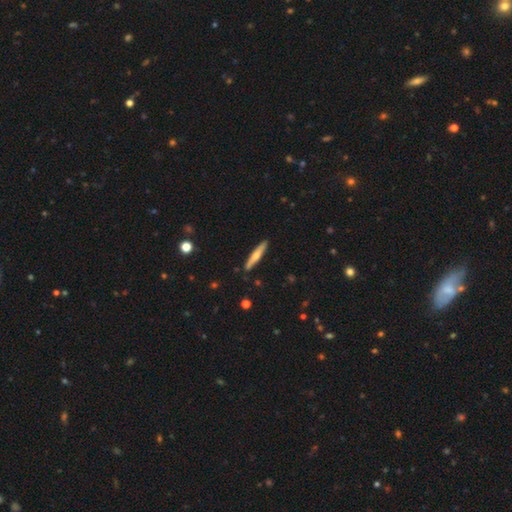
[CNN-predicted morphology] Overall: smooth (48%; featured or disk 46%). Merging: none (89%).